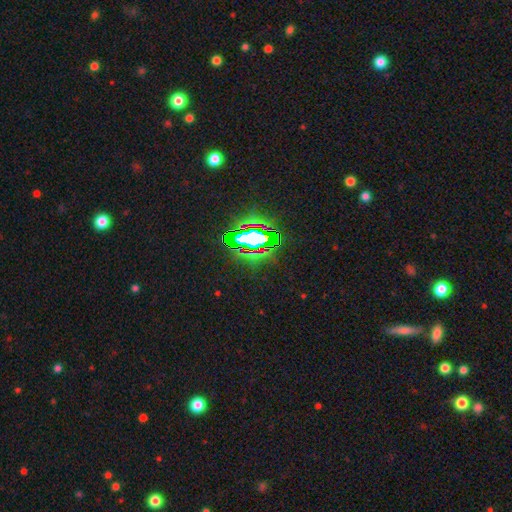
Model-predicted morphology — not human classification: Smooth or featured?
  - star or artifact: 76% *
  - smooth: 14%
  - featured or disk: 9%